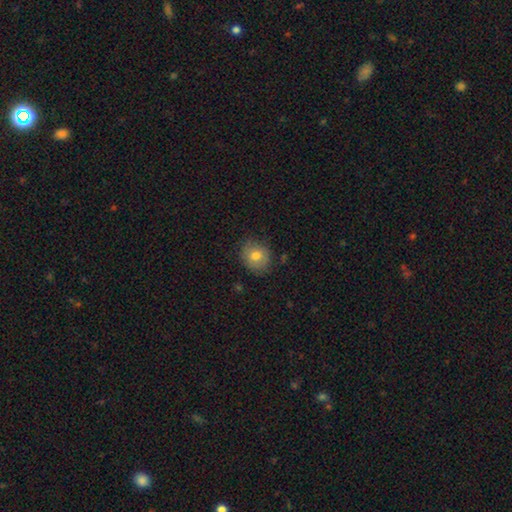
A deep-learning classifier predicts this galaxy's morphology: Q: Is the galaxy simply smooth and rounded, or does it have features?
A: smooth — 77%.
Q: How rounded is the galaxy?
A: round — 70%.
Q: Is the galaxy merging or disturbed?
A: none — 78%.